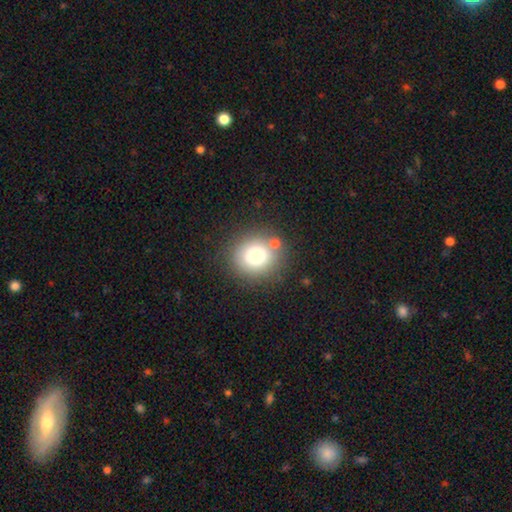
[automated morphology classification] smooth_or_featured: smooth (p=0.81) [alt: star or artifact p=0.11]
how_rounded: round (p=0.79) [alt: in between p=0.20]
merging: none (p=0.77) [alt: minor disturbance p=0.11]